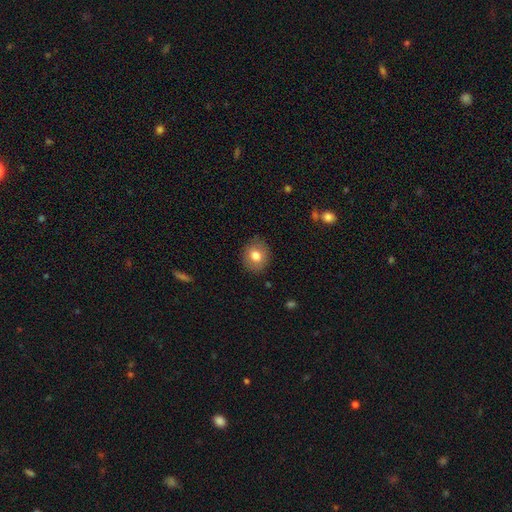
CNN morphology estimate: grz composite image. It shows a smooth galaxy with no disk features (77%) that is round (77%). Merging: none (88%).